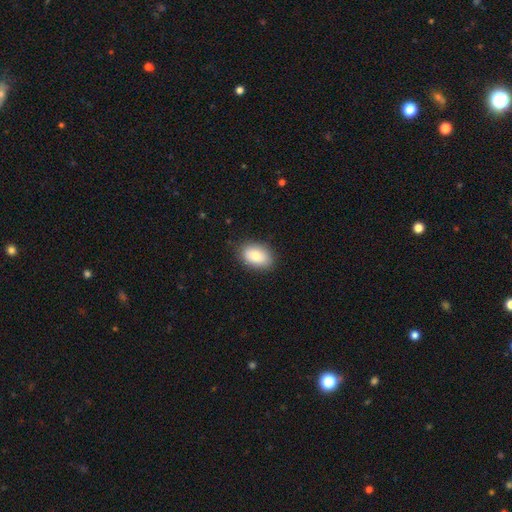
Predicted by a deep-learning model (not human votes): A smooth galaxy with no disk features (82%) that is in between round and cigar-shaped (86%). Merging: none (85%).